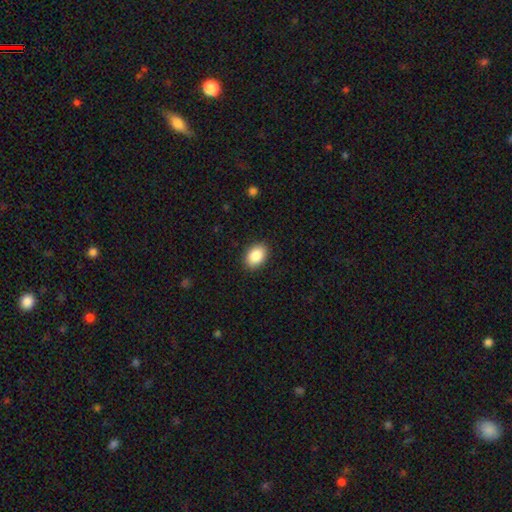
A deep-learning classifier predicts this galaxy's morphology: smooth 88%, star or artifact 7%, featured or disk 5%. Down the decision tree: how rounded — in between (86%); merging — none (89%).